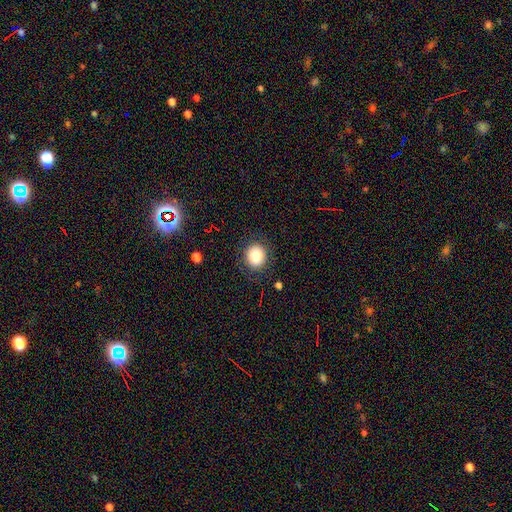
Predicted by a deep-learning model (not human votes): Overall: smooth (83%). How rounded: round (77%). Merging: none (86%).